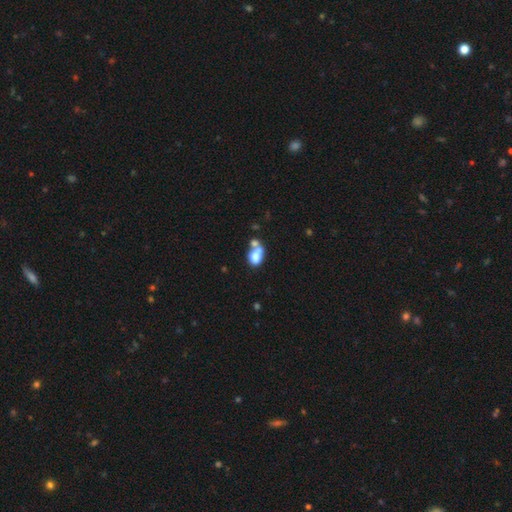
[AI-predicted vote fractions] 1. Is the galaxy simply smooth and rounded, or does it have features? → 69% smooth, 20% featured or disk, 11% star or artifact.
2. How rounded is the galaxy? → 66% in between, 32% round, 2% cigar-shaped.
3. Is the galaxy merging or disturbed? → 58% merger, 26% none, 9% minor disturbance, 7% major disturbance.